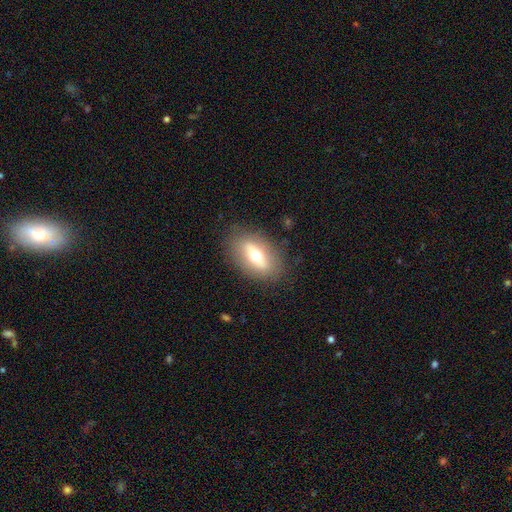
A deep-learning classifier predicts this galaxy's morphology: Q: Smooth or featured?
A: smooth (53%); runner-up: featured or disk (39%)
Q: How rounded?
A: in between (82%); runner-up: round (10%)
Q: Merging?
A: none (83%); runner-up: minor disturbance (11%)